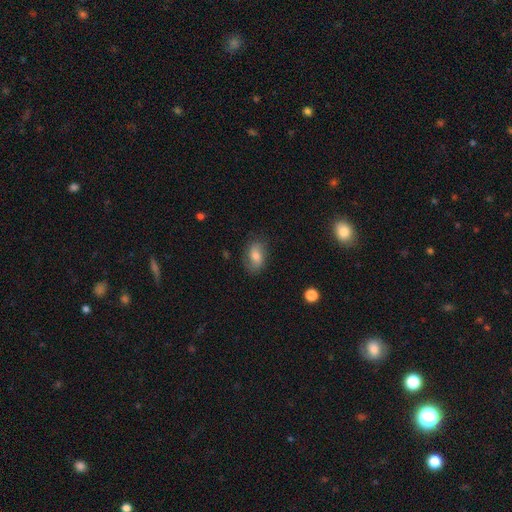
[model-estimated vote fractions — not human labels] Morphology: type=smooth (66%); roundness=in between (85%); merging=none (72%).